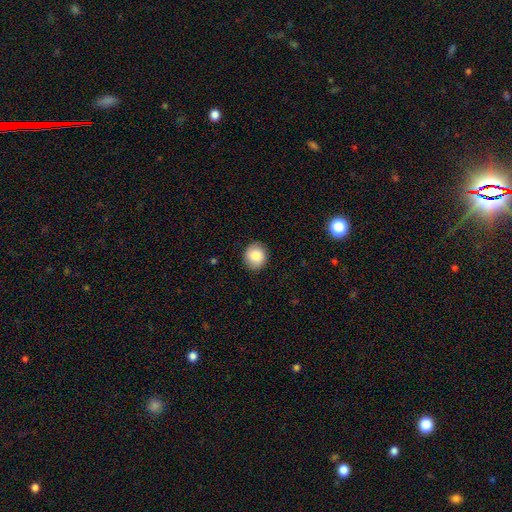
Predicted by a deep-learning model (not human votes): The model was most divided on "how rounded": round: 81%, in between: 18%, cigar-shaped: 1%. More confident: merging — none (87%); smooth or featured — smooth (84%).